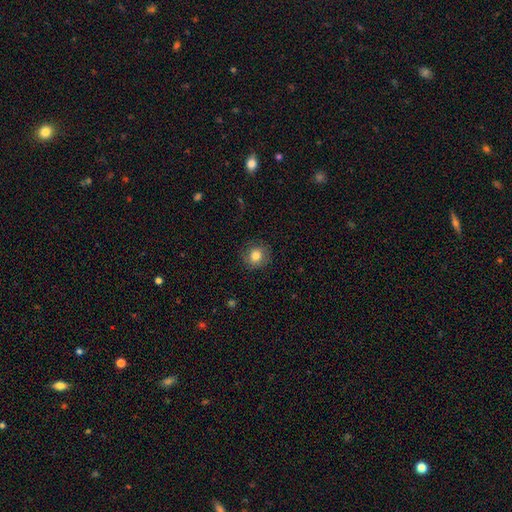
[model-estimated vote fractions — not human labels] This is clearly a smooth galaxy (80%). How rounded: clearly round (87%). Merging: clearly none (81%).